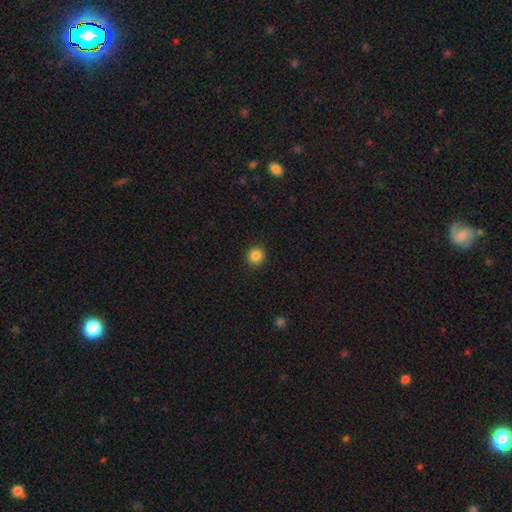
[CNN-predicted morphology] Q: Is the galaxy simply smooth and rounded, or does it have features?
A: smooth — 86%.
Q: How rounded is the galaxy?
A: round — 93%.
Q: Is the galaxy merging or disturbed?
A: none — 93%.